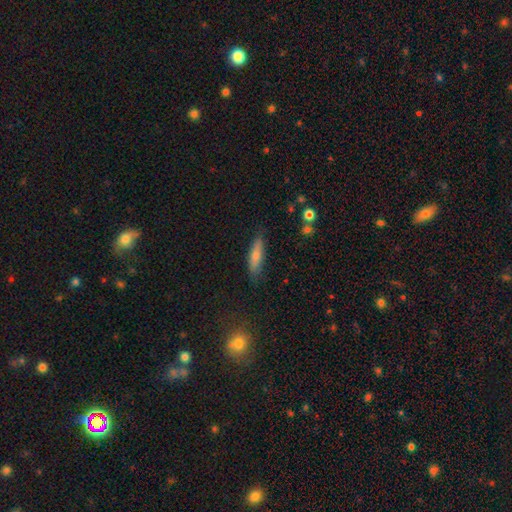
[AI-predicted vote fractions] This appears to be a smooth galaxy with no disk features (66%) that is cigar-shaped (74%). Merging: none (82%).